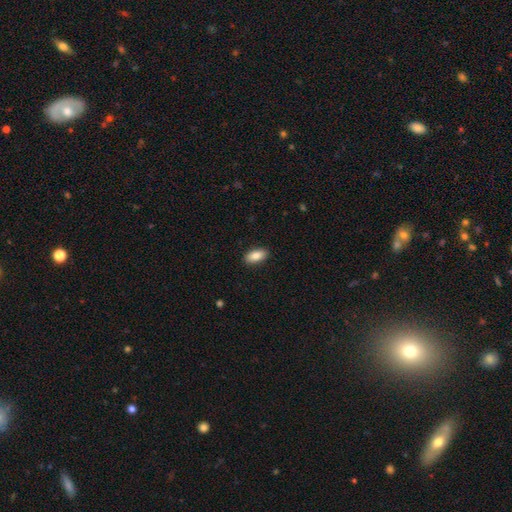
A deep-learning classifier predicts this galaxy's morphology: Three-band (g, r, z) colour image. It shows a smooth galaxy with no disk features (86%) that is in between round and cigar-shaped (91%). Merging: none (90%).